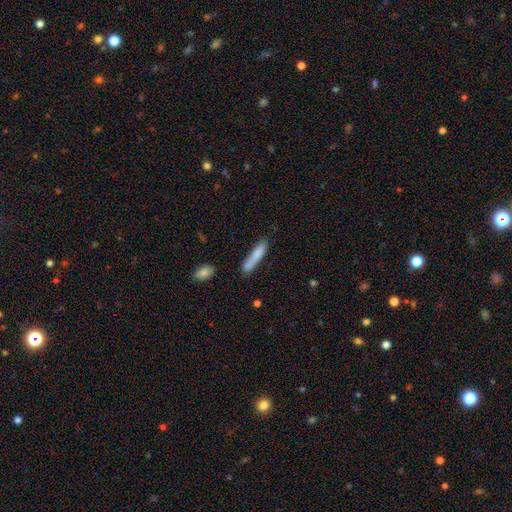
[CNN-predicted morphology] type=smooth (79%); roundness=cigar-shaped (90%); merging=none (70%).